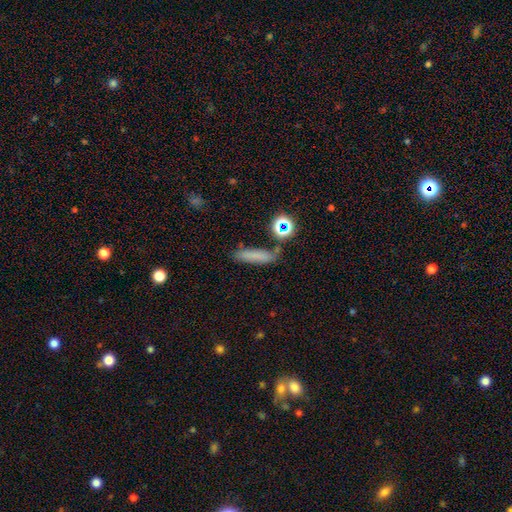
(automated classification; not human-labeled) This appears to be a smooth galaxy with no disk features (71%) that is cigar-shaped (76%). Merging: none (76%).